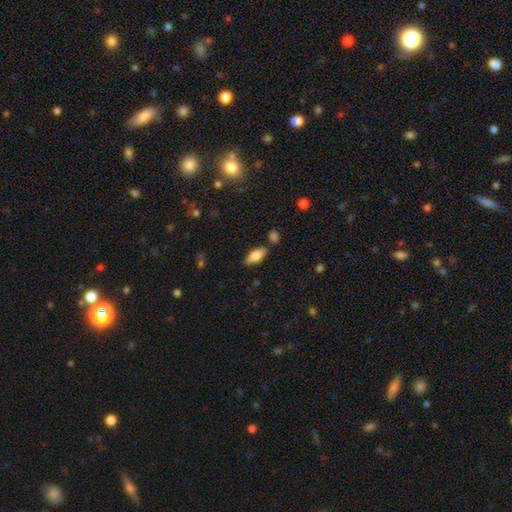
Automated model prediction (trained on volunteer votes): Q: Smooth or featured?
A: smooth (71%); runner-up: featured or disk (22%)
Q: How rounded?
A: in between (72%); runner-up: cigar-shaped (26%)
Q: Merging?
A: none (80%); runner-up: minor disturbance (12%)